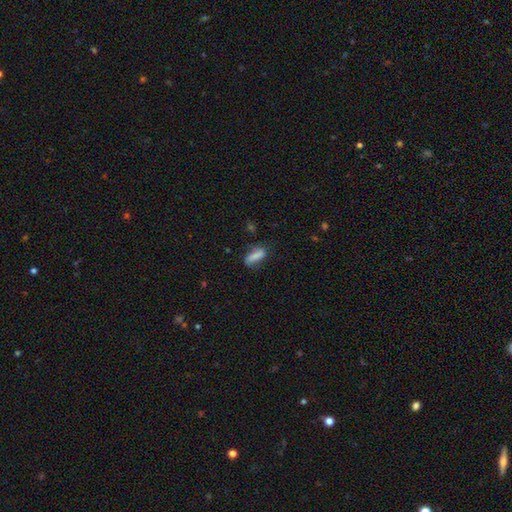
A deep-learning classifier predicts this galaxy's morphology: This appears to be a smooth galaxy with no disk features (78%) that is in between round and cigar-shaped (62%). Merging: none (64%).